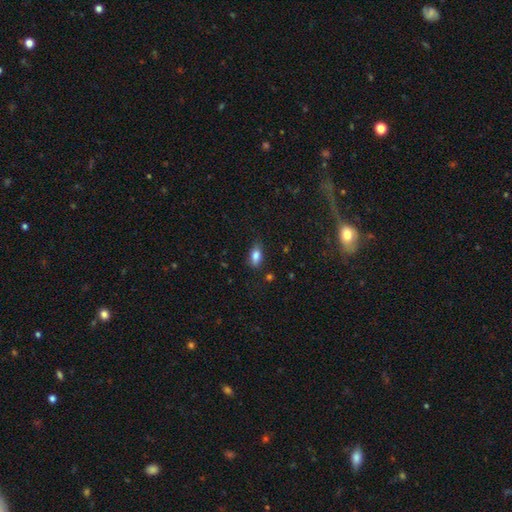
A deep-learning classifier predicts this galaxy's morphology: A smooth galaxy with no disk features (82%) that is in between round and cigar-shaped (87%).

Vote fractions:
- Smooth or featured? smooth: 82% / featured or disk: 9% / star or artifact: 8%
- How rounded? in between: 87% / cigar-shaped: 8% / round: 6%
- Merging? none: 74% / minor disturbance: 20% / major disturbance: 4% / merger: 2%